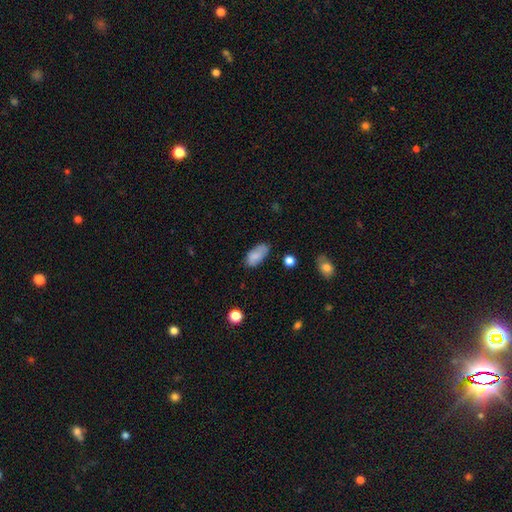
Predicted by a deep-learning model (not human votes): This is clearly a smooth galaxy (83%). How rounded: clearly in between (92%). Merging: likely none (68%).